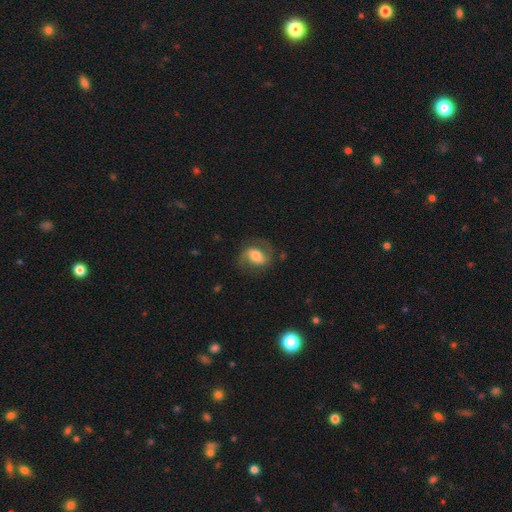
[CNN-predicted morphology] type=featured or disk (66%); edge-on=no (96%); bar=weak (41%); spiral arms=yes (88%); winding=medium (49%); arm count=2 (88%); bulge=moderate (56%); merging=none (71%).